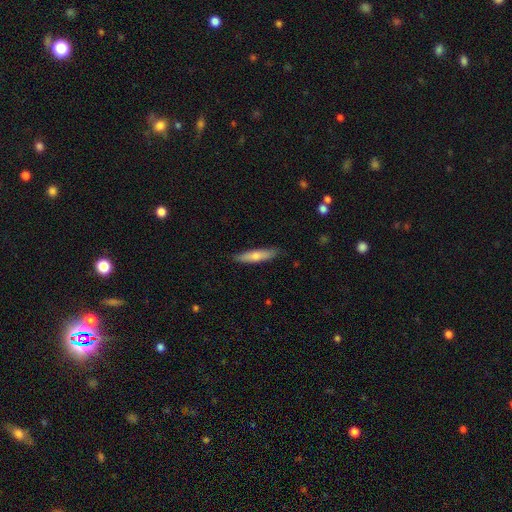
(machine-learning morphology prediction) Smooth or featured?
  - smooth: 65% *
  - featured or disk: 29%
  - star or artifact: 6%
How rounded?
  - cigar-shaped: 84% *
  - in between: 14%
  - round: 2%
Merging?
  - none: 87% *
  - minor disturbance: 10%
  - major disturbance: 2%
  - merger: 1%